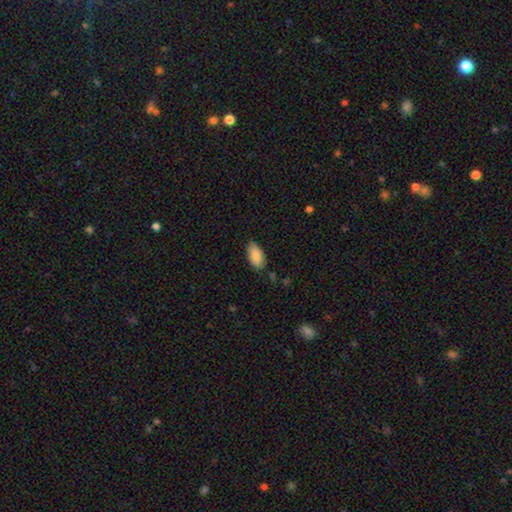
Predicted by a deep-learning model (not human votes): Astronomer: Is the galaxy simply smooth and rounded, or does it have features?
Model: smooth — 87%.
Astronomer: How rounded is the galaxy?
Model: in between — 94%.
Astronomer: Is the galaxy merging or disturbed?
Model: none — 79%.